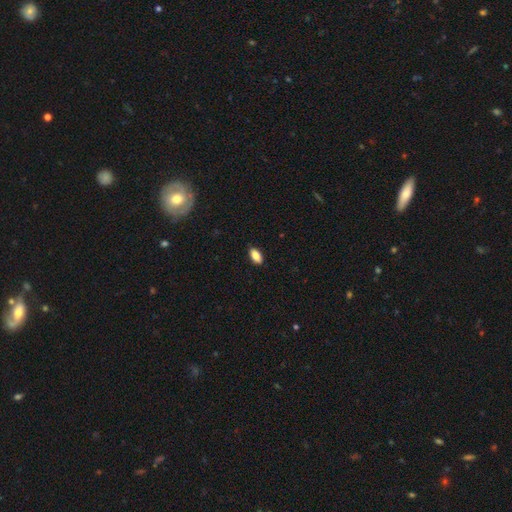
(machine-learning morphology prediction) smooth-or-featured: smooth: 86% | star or artifact: 8% | featured or disk: 6%
  how-rounded: in between: 91% | cigar-shaped: 5% | round: 3%
  merging: none: 88% | minor disturbance: 10% | major disturbance: 2% | merger: 1%